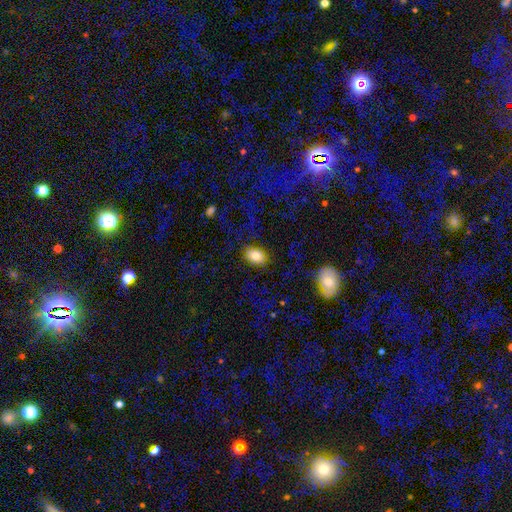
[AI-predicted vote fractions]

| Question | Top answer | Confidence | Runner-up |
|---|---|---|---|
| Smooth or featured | smooth | 82% | star or artifact (9%) |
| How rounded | in between | 80% | round (18%) |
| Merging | none | 79% | minor disturbance (13%) |